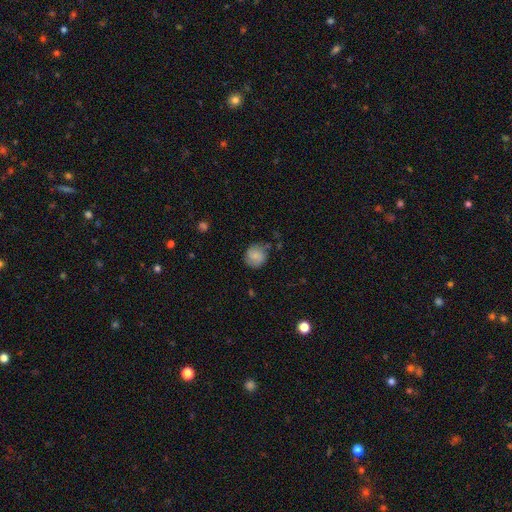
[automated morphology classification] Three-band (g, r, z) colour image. It shows a smooth galaxy with no disk features (66%) that is round (84%). Merging: none (67%).